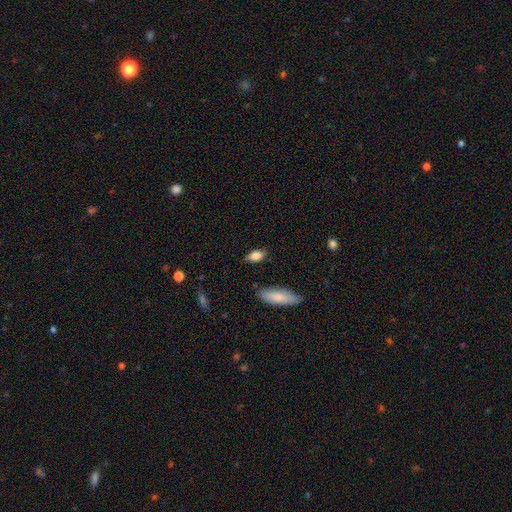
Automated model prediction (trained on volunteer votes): This is clearly a smooth galaxy (83%). How rounded: clearly in between (85%). Merging: clearly none (81%).